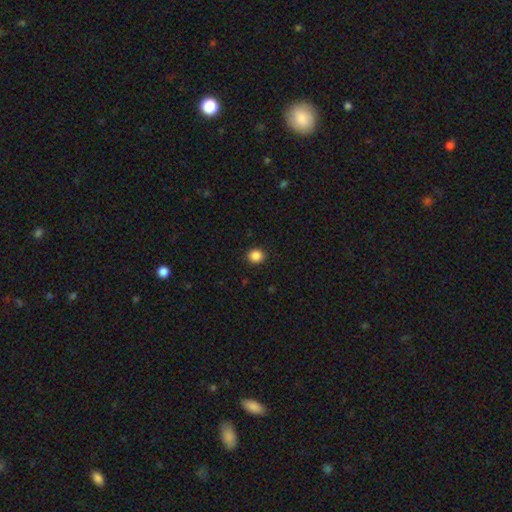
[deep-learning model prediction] The model was most divided on "how rounded": round: 87%, in between: 12%, cigar-shaped: 1%. More confident: merging — none (91%); smooth or featured — smooth (87%).